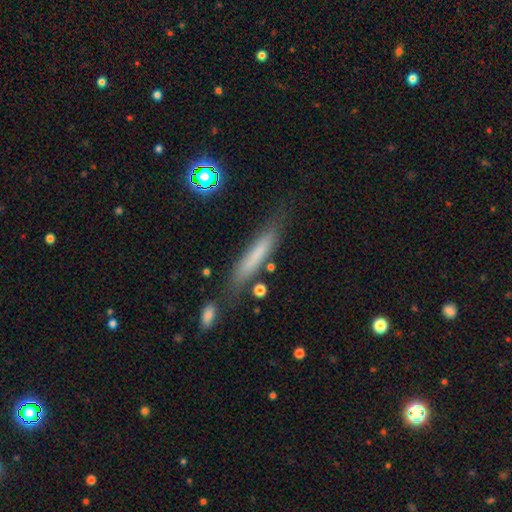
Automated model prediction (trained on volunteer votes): Overall: smooth (66%). How rounded: cigar-shaped (90%). Merging: none (72%).